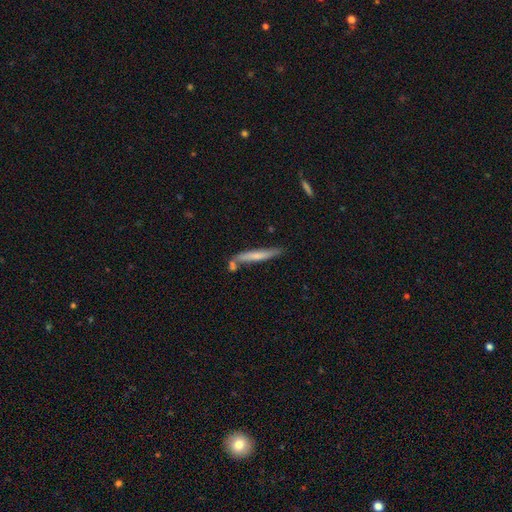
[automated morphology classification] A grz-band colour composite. It shows a smooth galaxy with no disk features (59%) that is cigar-shaped (94%). Merging: none (71%).